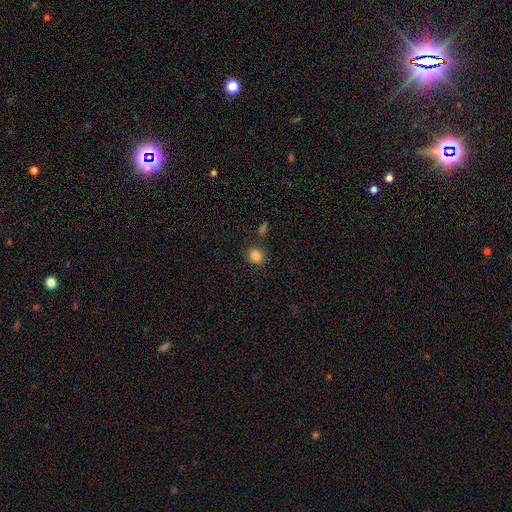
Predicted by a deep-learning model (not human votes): Smooth or featured? Predicted: smooth (p=0.85). How rounded? Predicted: round (p=0.82). Merging? Predicted: none (p=0.81).